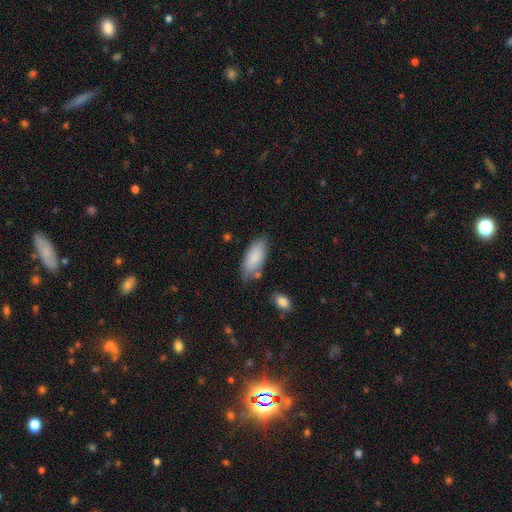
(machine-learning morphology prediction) smooth-or-featured: smooth: 86% | featured or disk: 8% | star or artifact: 6%
  how-rounded: in between: 84% | cigar-shaped: 14% | round: 2%
  merging: none: 71% | minor disturbance: 19% | merger: 6% | major disturbance: 4%